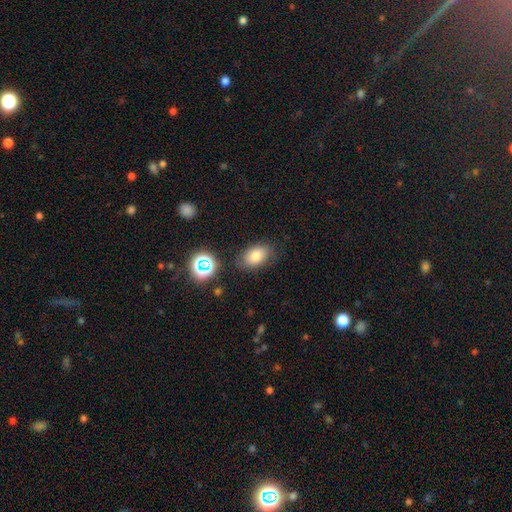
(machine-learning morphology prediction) smooth 78%, star or artifact 13%, featured or disk 10%. Down the decision tree: how rounded — in between (86%); merging — none (79%).